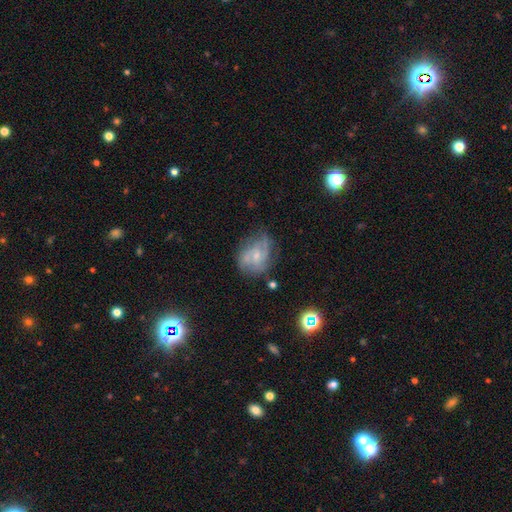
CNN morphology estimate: The model was most divided on "spiral arm count": can't tell: 31%, 2: 27%, 3: 25%, 4: 8%, 1: 5%, more than 4: 4%. Remaining: edge-on disk — no (98%); spiral arms — yes (88%); smooth or featured — featured or disk (72%); bulge size — small (64%); bar — no (58%); merging — none (58%); spiral winding — medium (44%).